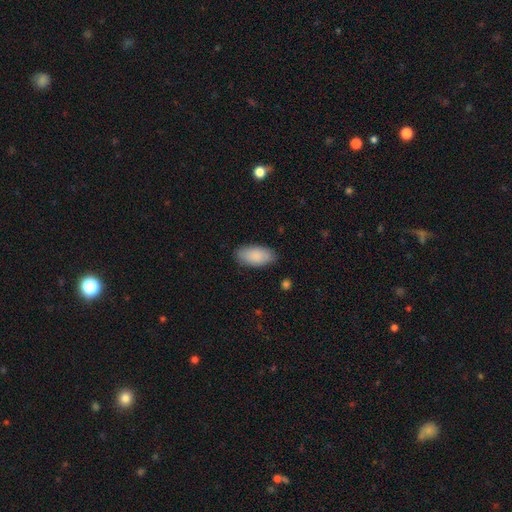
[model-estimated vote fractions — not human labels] smooth-or-featured: smooth: 88% | featured or disk: 6% | star or artifact: 6%
  how-rounded: in between: 94% | cigar-shaped: 4% | round: 2%
  merging: none: 84% | minor disturbance: 12% | major disturbance: 3% | merger: 1%